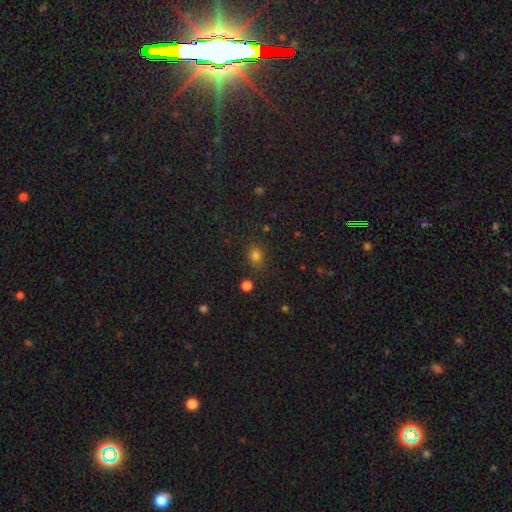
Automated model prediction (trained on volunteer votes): Overall: smooth (76%). How rounded: round (64%; in between 35%). Merging: none (81%).